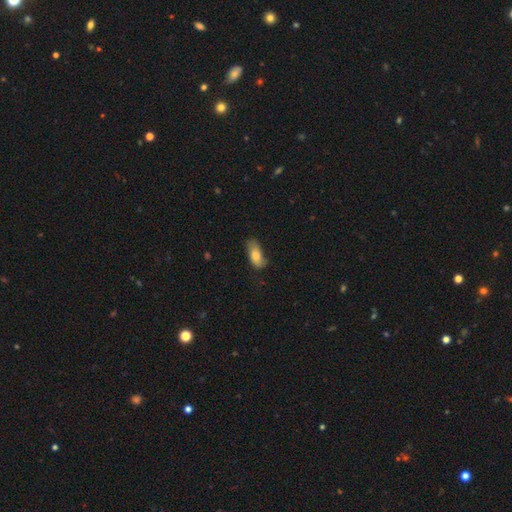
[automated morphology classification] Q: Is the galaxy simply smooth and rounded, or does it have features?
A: smooth — 77%.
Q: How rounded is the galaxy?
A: in between — 85%.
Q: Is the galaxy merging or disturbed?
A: none — 61%.